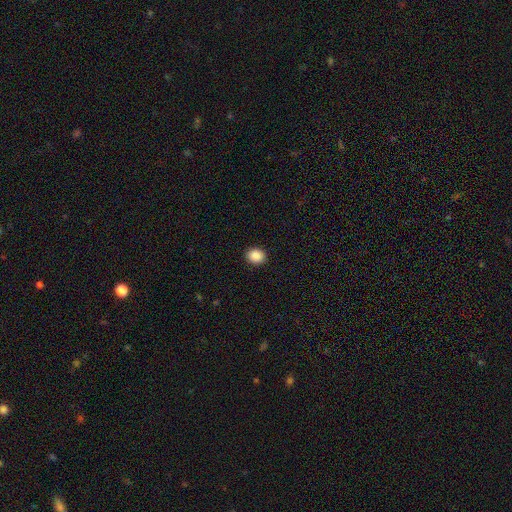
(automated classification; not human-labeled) Morphology: type=smooth (89%); roundness=round (59%); merging=none (92%).